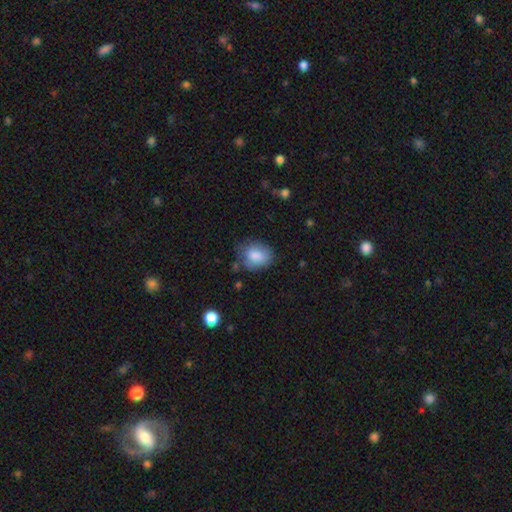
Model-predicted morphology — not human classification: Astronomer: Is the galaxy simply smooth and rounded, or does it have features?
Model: smooth — 82%.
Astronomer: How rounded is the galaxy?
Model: in between — 60% (runner-up: round, 39%).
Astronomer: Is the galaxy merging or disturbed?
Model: none — 63%.